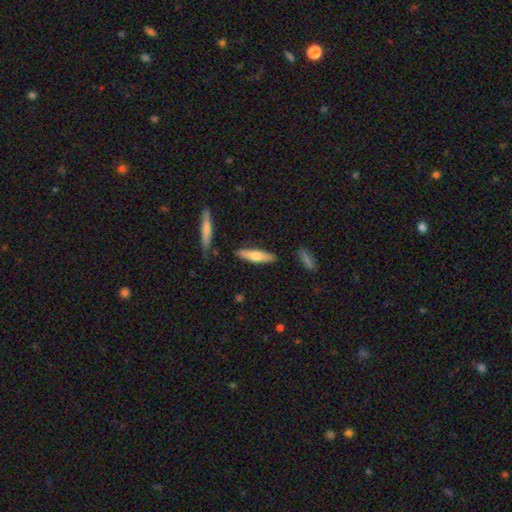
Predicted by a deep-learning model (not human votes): Smooth or featured? smooth (59%)
How rounded? cigar-shaped (76%)
Merging? none (84%)